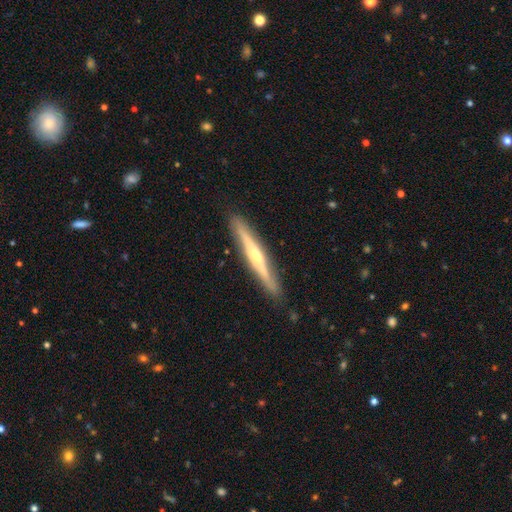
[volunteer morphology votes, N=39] Smooth or featured? 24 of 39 (62%) said featured or disk. Edge-on disk? 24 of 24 (100%) said yes. Edge-on bulge? 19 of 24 (79%) said rounded. Merging? 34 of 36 (94%) said none.